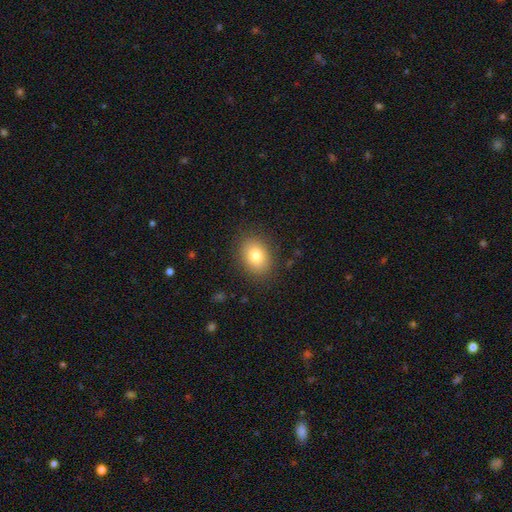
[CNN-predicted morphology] A smooth galaxy with no disk features (79%) that is in between round and cigar-shaped (61%).

Vote fractions:
- Smooth or featured? smooth: 79% / featured or disk: 11% / star or artifact: 10%
- How rounded? in between: 61% / round: 38% / cigar-shaped: 1%
- Merging? none: 86% / minor disturbance: 10% / major disturbance: 3% / merger: 1%